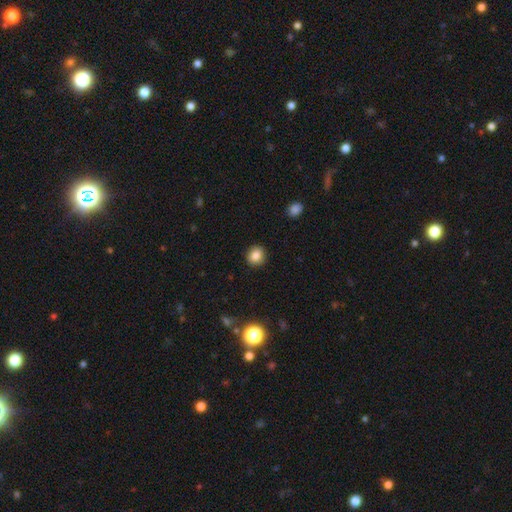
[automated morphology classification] type=smooth (84%); roundness=round (80%); merging=none (90%).